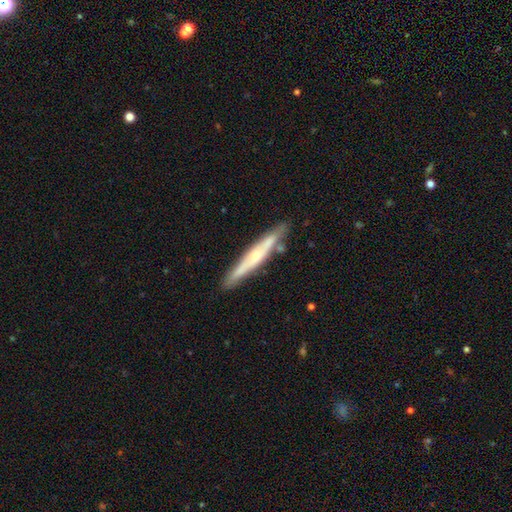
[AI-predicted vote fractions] The model was most divided on "smooth or featured": featured or disk: 63%, smooth: 31%, star or artifact: 6%. More confident: edge-on disk — yes (88%); merging — none (81%); edge-on bulge — rounded (69%).